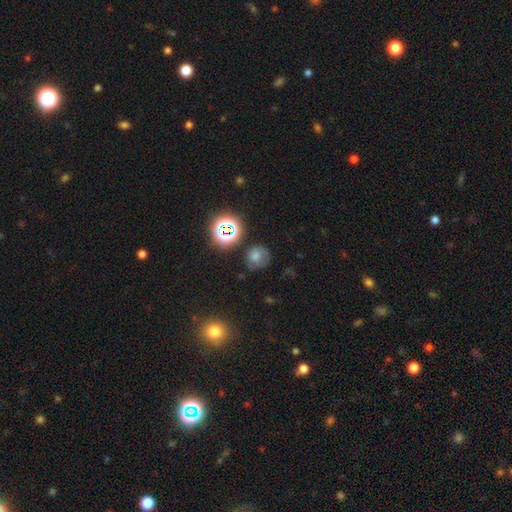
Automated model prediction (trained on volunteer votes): Smooth or featured: smooth — 48% (star or artifact — 35%)
Merging: none — 73% (minor disturbance — 16%)